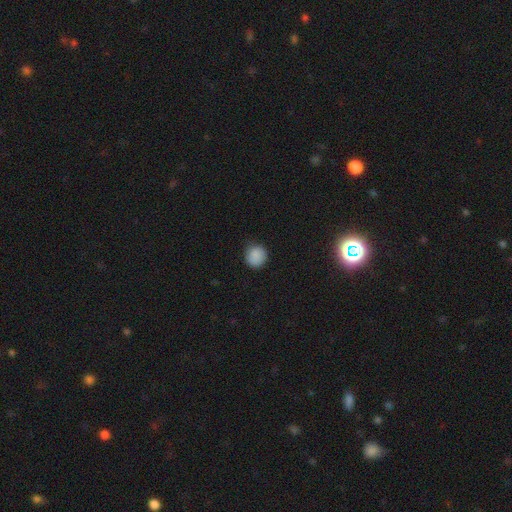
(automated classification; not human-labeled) smooth_or_featured: smooth (p=0.87) [alt: star or artifact p=0.09]
how_rounded: round (p=0.91) [alt: in between p=0.08]
merging: none (p=0.81) [alt: minor disturbance p=0.15]